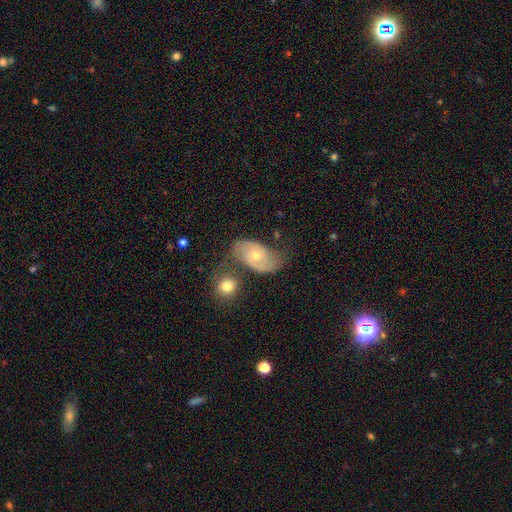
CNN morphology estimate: Smooth or featured? Predicted: featured or disk (p=0.73). Edge-on disk? Predicted: no (p=0.96). Bar? Predicted: no (p=0.71). Spiral arms? Predicted: yes (p=0.88). Spiral winding? Predicted: medium (p=0.43). Spiral arm count? Predicted: 2 (p=0.86). Bulge size? Predicted: moderate (p=0.50). Merging? Predicted: none (p=0.55).